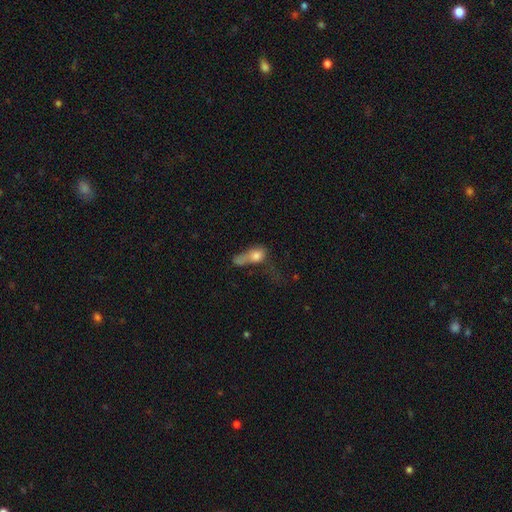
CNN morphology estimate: smooth_or_featured: smooth (p=0.69) [alt: featured or disk p=0.21]
how_rounded: in between (p=0.62) [alt: round p=0.23]
merging: major disturbance (p=0.41) [alt: merger p=0.27]